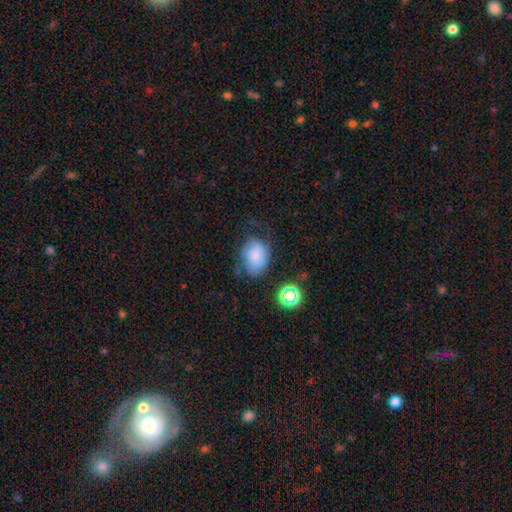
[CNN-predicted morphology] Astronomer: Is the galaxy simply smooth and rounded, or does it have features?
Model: smooth — 61%.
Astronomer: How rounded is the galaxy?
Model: in between — 67%.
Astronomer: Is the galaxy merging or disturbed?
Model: none — 42% (runner-up: minor disturbance, 29%).